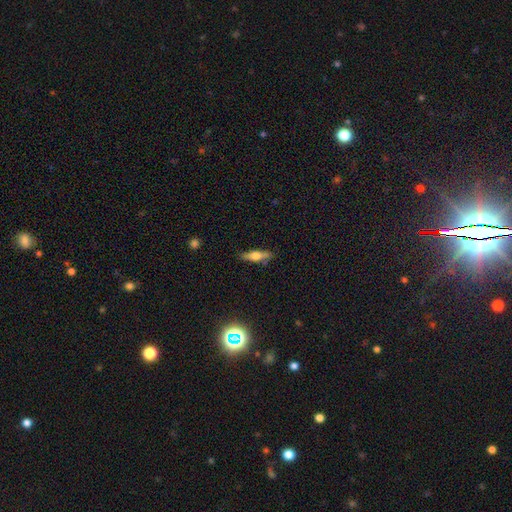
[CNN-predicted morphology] Smooth or featured: smooth — 48% (featured or disk — 44%)
Merging: none — 83% (minor disturbance — 12%)